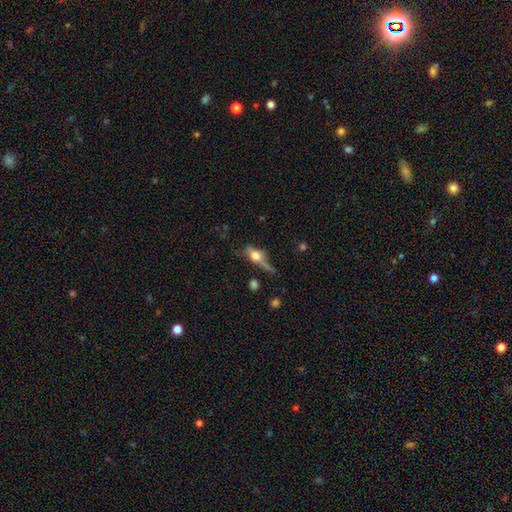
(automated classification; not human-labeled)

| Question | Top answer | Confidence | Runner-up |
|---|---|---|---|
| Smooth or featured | smooth | 50% | featured or disk (38%) |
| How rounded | in between | 56% | cigar-shaped (24%) |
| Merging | none | 41% | minor disturbance (24%) |